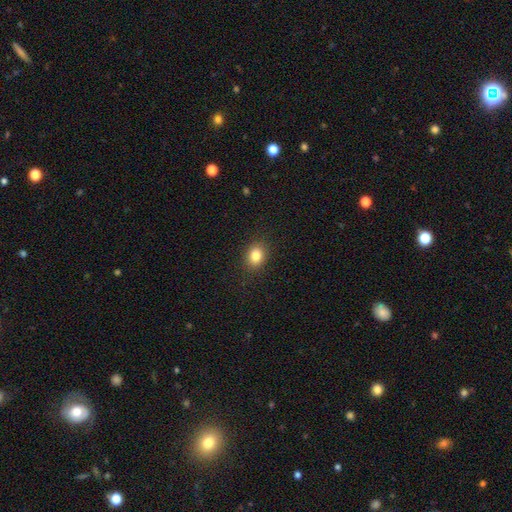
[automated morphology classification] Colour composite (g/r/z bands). It shows a smooth galaxy with no disk features (83%) that is in between round and cigar-shaped (59%). Merging: none (89%).